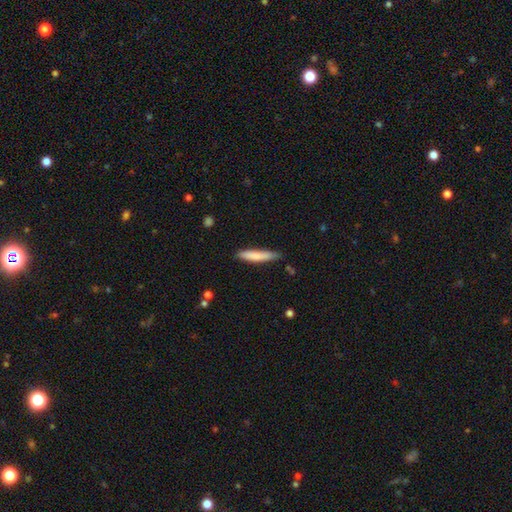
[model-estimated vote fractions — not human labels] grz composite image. It shows a smooth galaxy with no disk features (79%) that is cigar-shaped (89%). Merging: none (79%).